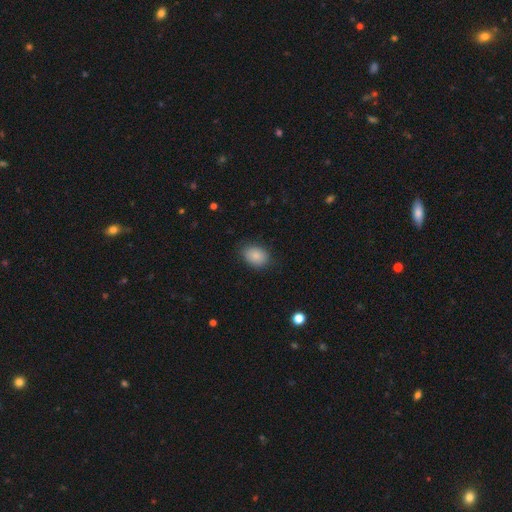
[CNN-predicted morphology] This is clearly a smooth galaxy (86%). How rounded: likely in between (72%). Merging: clearly none (81%).